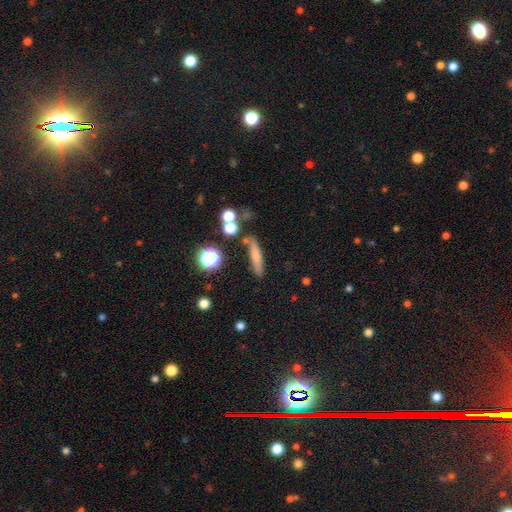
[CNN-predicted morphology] A smooth galaxy with no disk features (67%) that is cigar-shaped (76%).

Vote fractions:
- Smooth or featured? smooth: 67% / featured or disk: 22% / star or artifact: 11%
- How rounded? cigar-shaped: 76% / in between: 17% / round: 7%
- Merging? none: 75% / minor disturbance: 13% / merger: 7% / major disturbance: 5%